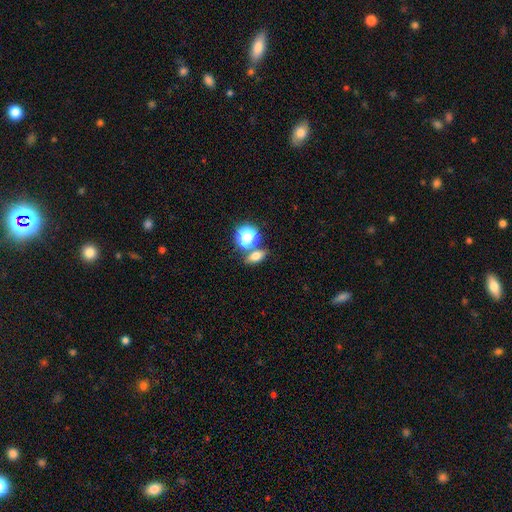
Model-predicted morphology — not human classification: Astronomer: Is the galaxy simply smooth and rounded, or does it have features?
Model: smooth — 69%.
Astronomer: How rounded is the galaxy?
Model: in between — 67%.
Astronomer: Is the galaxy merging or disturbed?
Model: none — 71%.